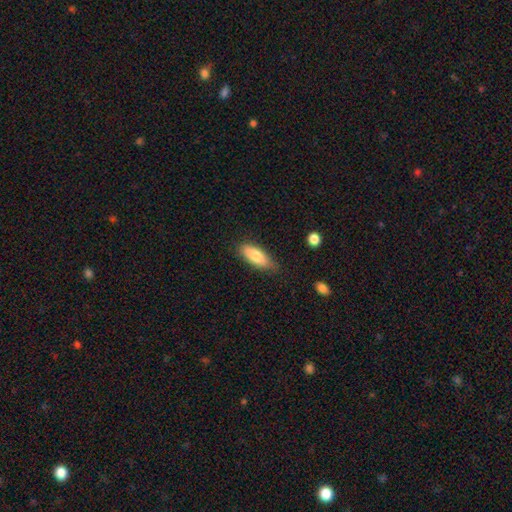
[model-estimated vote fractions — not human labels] Overall: smooth (81%). How rounded: in between (71%). Merging: none (75%).